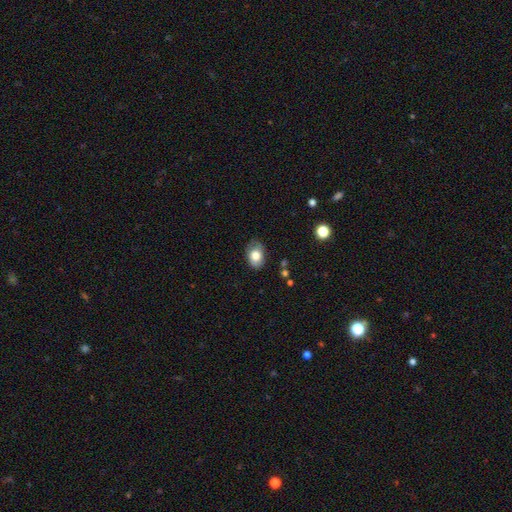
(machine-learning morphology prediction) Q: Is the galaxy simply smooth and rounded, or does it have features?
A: smooth — 75%.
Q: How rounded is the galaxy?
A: in between — 80%.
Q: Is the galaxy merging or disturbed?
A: none — 77%.